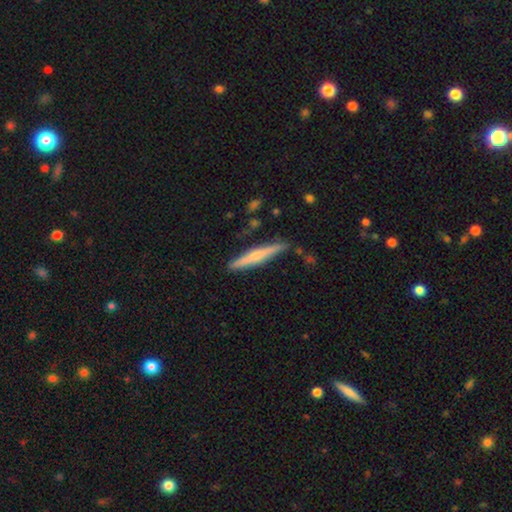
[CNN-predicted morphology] Smooth or featured? Predicted: featured or disk (p=0.49). Merging? Predicted: none (p=0.83).